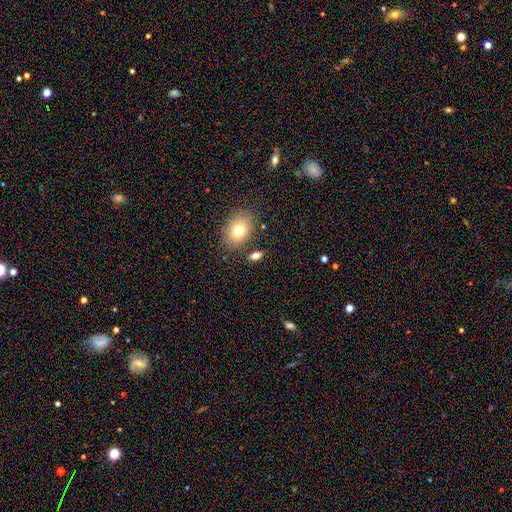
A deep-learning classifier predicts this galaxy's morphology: smooth 76%, featured or disk 14%, star or artifact 11%. Down the decision tree: how rounded — in between (80%); merging — none (79%).